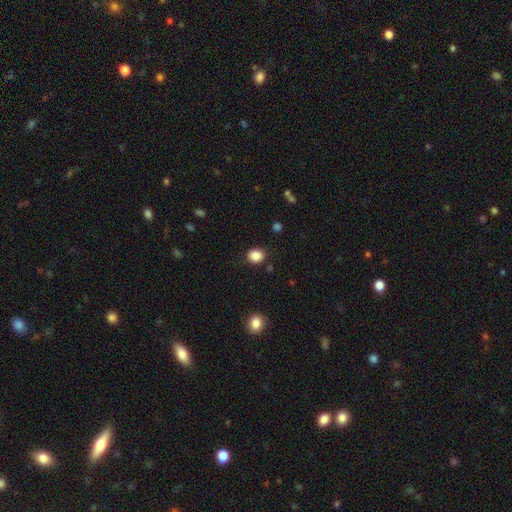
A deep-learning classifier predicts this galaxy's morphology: Smooth or featured? Predicted: smooth (p=0.86). How rounded? Predicted: round (p=0.66). Merging? Predicted: none (p=0.86).